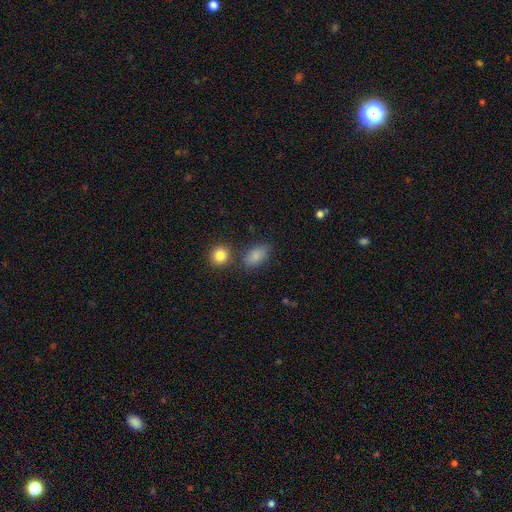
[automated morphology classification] Overall: smooth (85%). How rounded: in between (88%). Merging: none (73%).